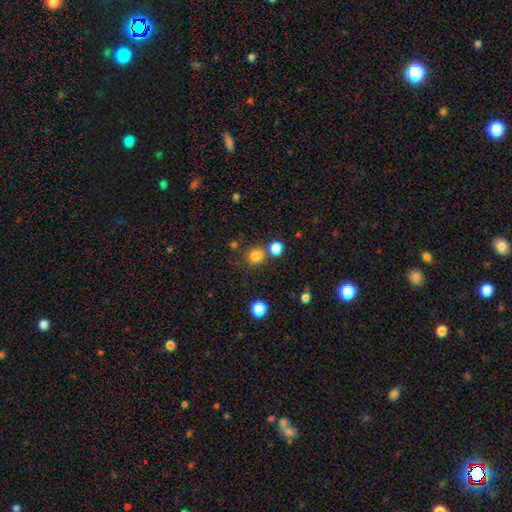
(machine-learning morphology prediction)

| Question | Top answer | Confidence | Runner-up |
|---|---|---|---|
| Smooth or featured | smooth | 79% | star or artifact (15%) |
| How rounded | round | 73% | in between (26%) |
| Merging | none | 64% | merger (20%) |